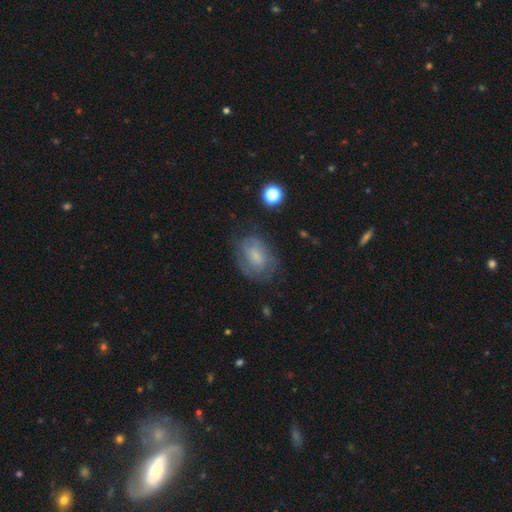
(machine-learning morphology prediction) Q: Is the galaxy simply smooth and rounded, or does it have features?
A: featured or disk — 55%.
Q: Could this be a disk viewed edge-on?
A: no — 97%.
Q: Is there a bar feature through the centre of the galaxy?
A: weak — 47%.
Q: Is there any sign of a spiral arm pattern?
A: yes — 79%.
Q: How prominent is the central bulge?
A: small — 45%.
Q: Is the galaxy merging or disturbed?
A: none — 64%.